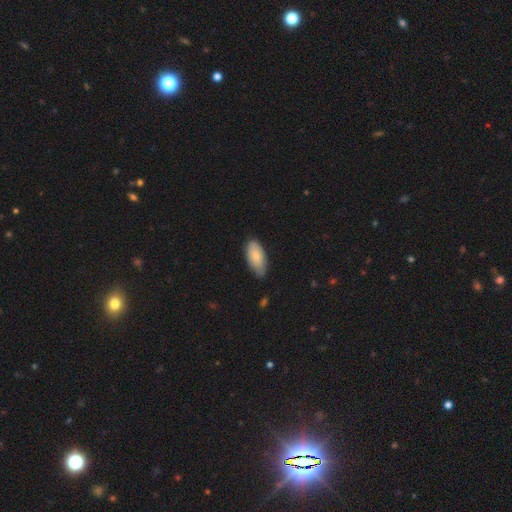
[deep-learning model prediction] This is likely a smooth galaxy (79%). How rounded: clearly in between (91%). Merging: likely none (71%).